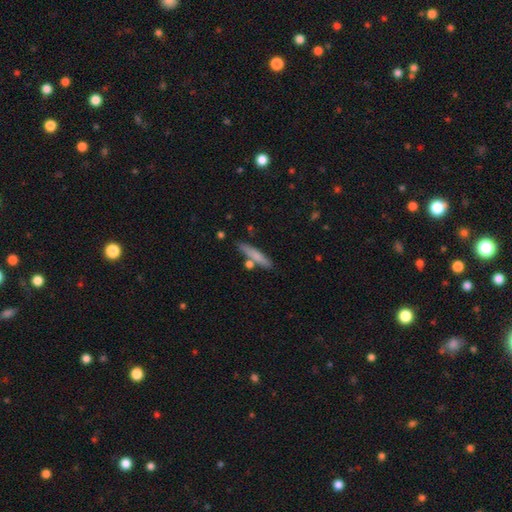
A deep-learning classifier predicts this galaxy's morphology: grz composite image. It shows a smooth galaxy with no disk features (72%) that is cigar-shaped (88%). Merging: none (77%).